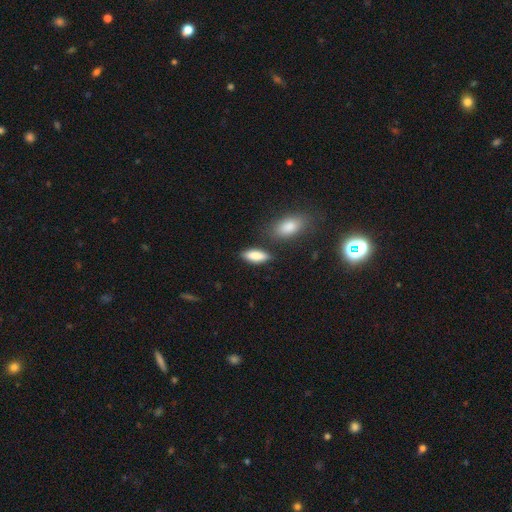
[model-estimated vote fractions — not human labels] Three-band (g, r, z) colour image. It shows a smooth galaxy with no disk features (86%) that is in between round and cigar-shaped (76%). Merging: none (74%).